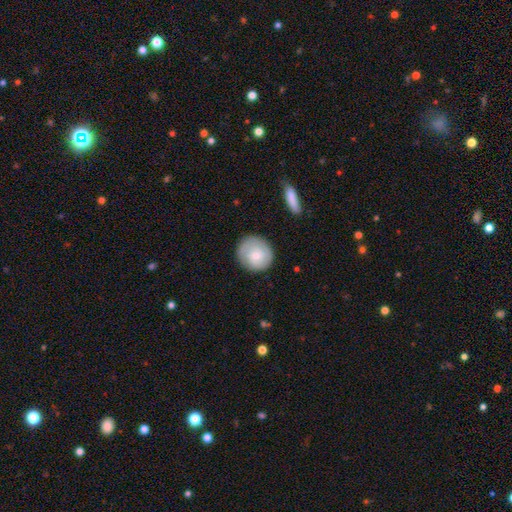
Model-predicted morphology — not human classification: A smooth galaxy with no disk features (58%) that is round (88%).

Vote fractions:
- Smooth or featured? smooth: 58% / featured or disk: 36% / star or artifact: 6%
- How rounded? round: 88% / in between: 10% / cigar-shaped: 1%
- Merging? none: 83% / minor disturbance: 12% / major disturbance: 3% / merger: 2%